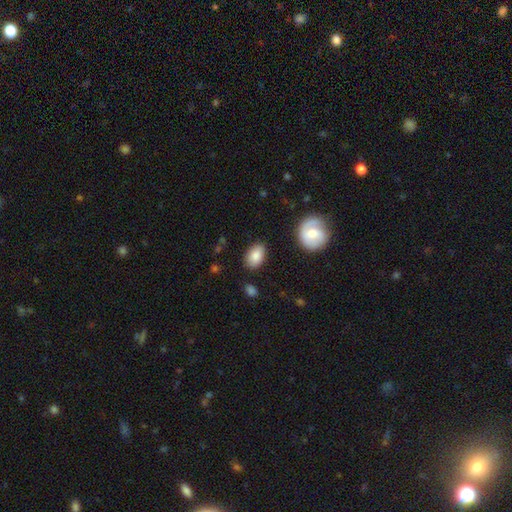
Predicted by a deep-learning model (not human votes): Smooth or featured: smooth — 84% (featured or disk — 10%)
How rounded: in between — 88% (round — 10%)
Merging: none — 83% (minor disturbance — 12%)